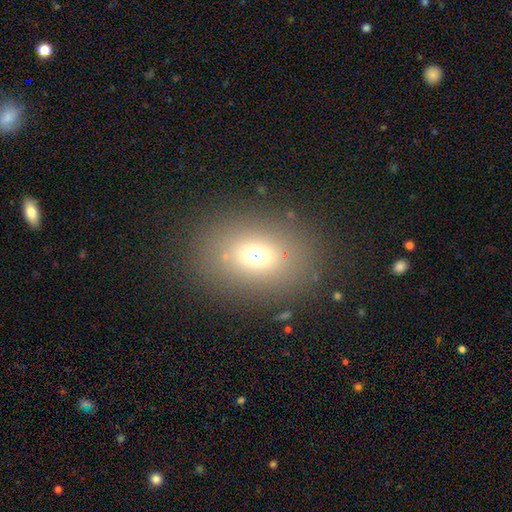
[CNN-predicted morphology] type=smooth (65%); roundness=in between (65%); merging=none (77%).